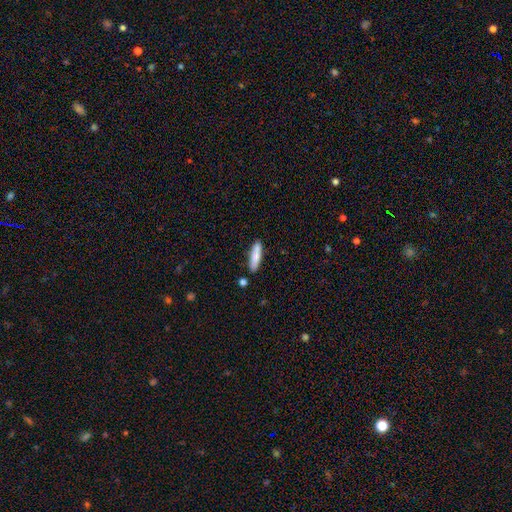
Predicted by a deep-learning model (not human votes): Smooth or featured? Predicted: smooth (p=0.80). How rounded? Predicted: cigar-shaped (p=0.73). Merging? Predicted: none (p=0.84).